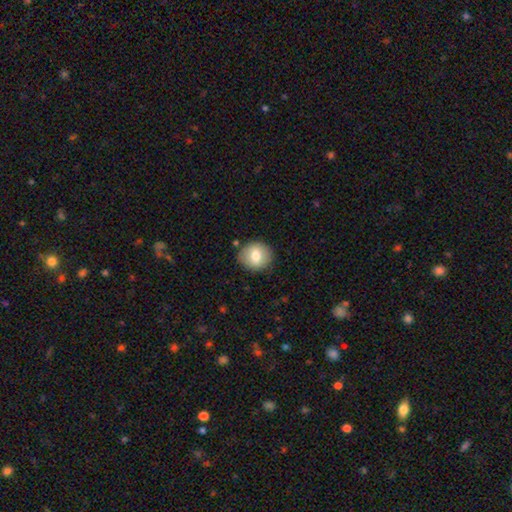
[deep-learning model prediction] Smooth or featured?
  - smooth: 74% *
  - featured or disk: 18%
  - star or artifact: 8%
How rounded?
  - round: 82% *
  - in between: 17%
  - cigar-shaped: 1%
Merging?
  - none: 86% *
  - minor disturbance: 10%
  - major disturbance: 3%
  - merger: 2%